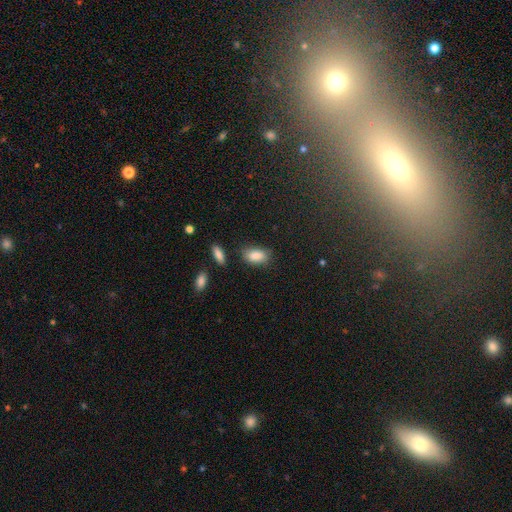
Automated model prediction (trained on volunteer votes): The model was most divided on "merging": none: 76%, minor disturbance: 16%, major disturbance: 4%, merger: 3%. More confident: how rounded — in between (91%); smooth or featured — smooth (88%).